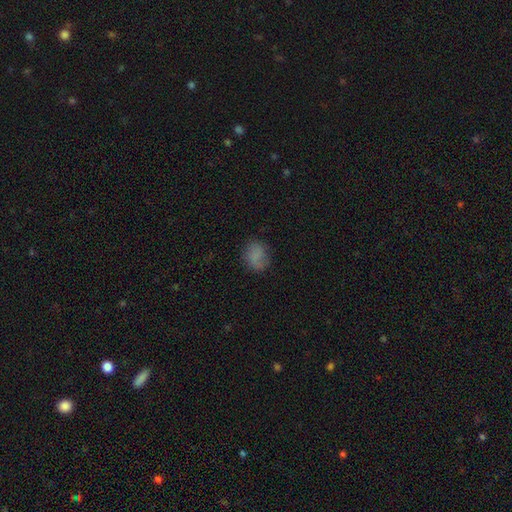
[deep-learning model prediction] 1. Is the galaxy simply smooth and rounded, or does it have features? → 76% smooth, 13% featured or disk, 12% star or artifact.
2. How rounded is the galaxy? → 50% in between, 49% round, 1% cigar-shaped.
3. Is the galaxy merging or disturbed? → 68% none, 22% minor disturbance, 9% major disturbance, 2% merger.